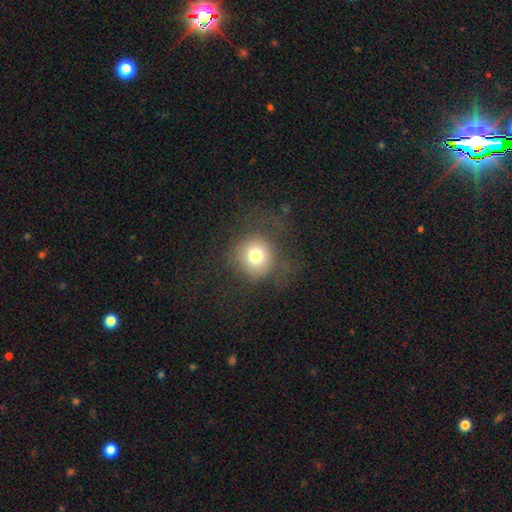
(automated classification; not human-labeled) This appears to be a smooth galaxy with no disk features (75%) that is round (91%). Merging: none (68%).